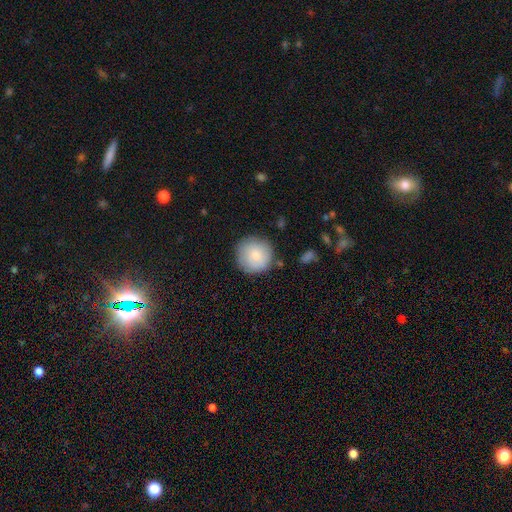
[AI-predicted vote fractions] Smooth or featured? Predicted: smooth (p=0.82). How rounded? Predicted: round (p=0.95). Merging? Predicted: none (p=0.80).